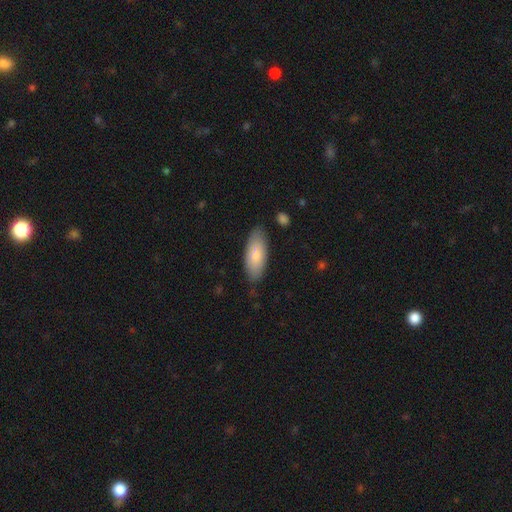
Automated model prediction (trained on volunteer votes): Smooth or featured?
  - smooth: 82% *
  - featured or disk: 12%
  - star or artifact: 5%
How rounded?
  - in between: 81% *
  - cigar-shaped: 18%
  - round: 2%
Merging?
  - none: 81% *
  - minor disturbance: 14%
  - major disturbance: 3%
  - merger: 2%